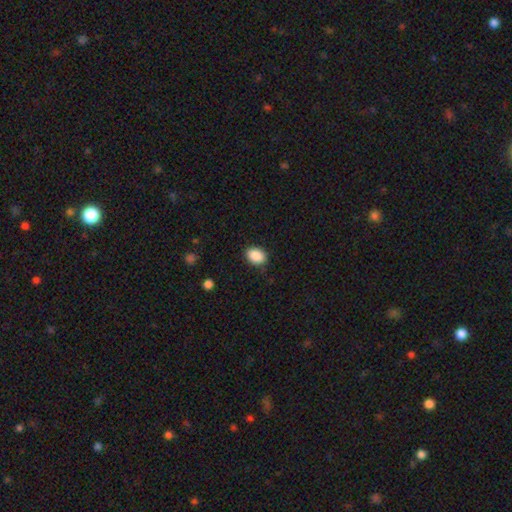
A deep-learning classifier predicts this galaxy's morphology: A smooth galaxy with no disk features (89%) that is in between round and cigar-shaped (75%). Merging: none (86%).